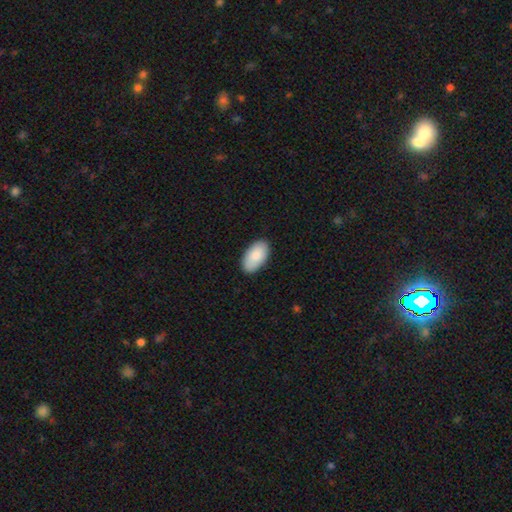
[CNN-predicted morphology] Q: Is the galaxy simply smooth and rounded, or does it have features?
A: smooth — 87%.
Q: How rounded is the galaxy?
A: in between — 96%.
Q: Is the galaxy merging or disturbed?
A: none — 87%.